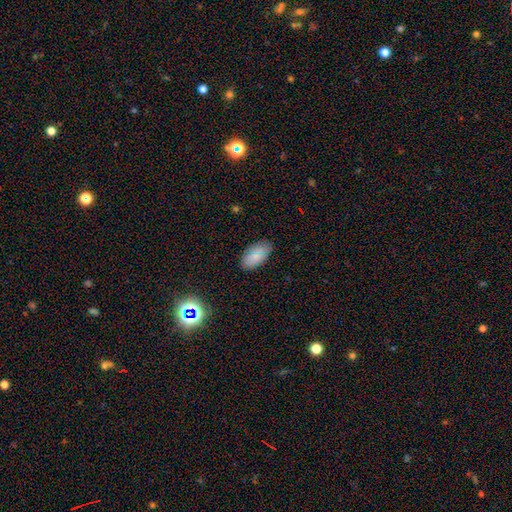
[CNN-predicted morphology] Smooth or featured? smooth (80%)
How rounded? in between (94%)
Merging? none (85%)